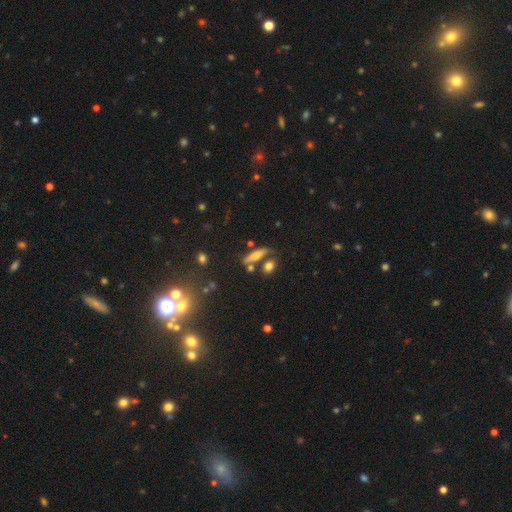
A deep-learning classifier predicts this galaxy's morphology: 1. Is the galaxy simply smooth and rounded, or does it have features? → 61% smooth, 28% featured or disk, 11% star or artifact.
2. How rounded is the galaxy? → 58% cigar-shaped, 36% in between, 6% round.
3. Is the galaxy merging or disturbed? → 62% none, 17% merger, 15% minor disturbance, 6% major disturbance.